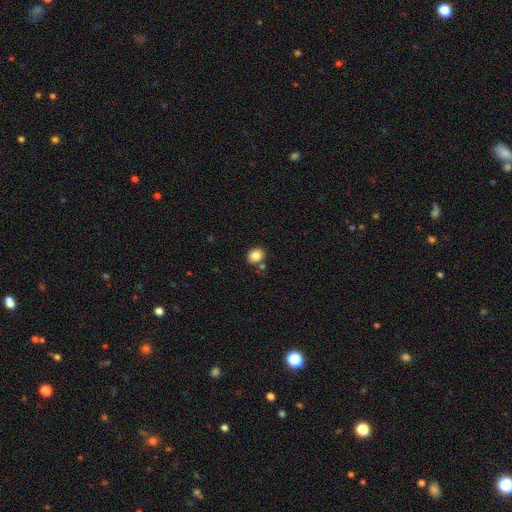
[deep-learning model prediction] smooth_or_featured: smooth (p=0.84) [alt: star or artifact p=0.10]
how_rounded: round (p=0.72) [alt: in between p=0.27]
merging: none (p=0.77) [alt: minor disturbance p=0.10]